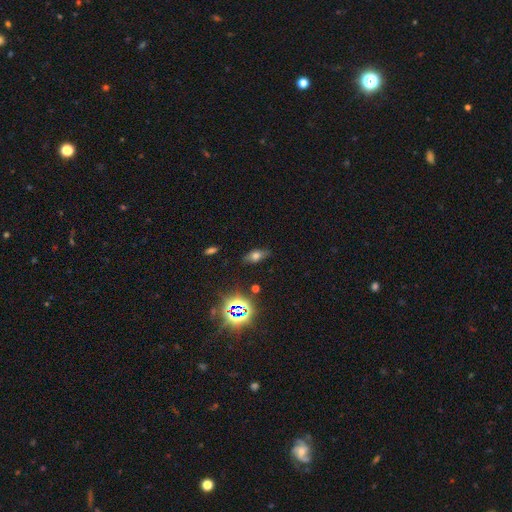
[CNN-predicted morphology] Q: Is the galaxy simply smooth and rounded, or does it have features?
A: smooth — 57%.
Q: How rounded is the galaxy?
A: in between — 79%.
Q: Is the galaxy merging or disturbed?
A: none — 82%.